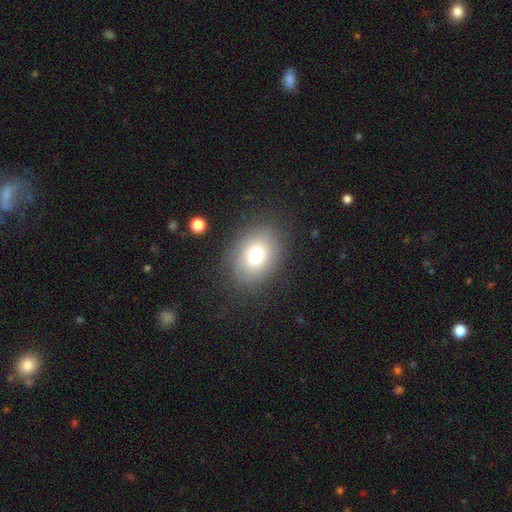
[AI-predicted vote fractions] This appears to be a smooth galaxy with no disk features (78%) that is in between round and cigar-shaped (69%). Merging: none (79%).